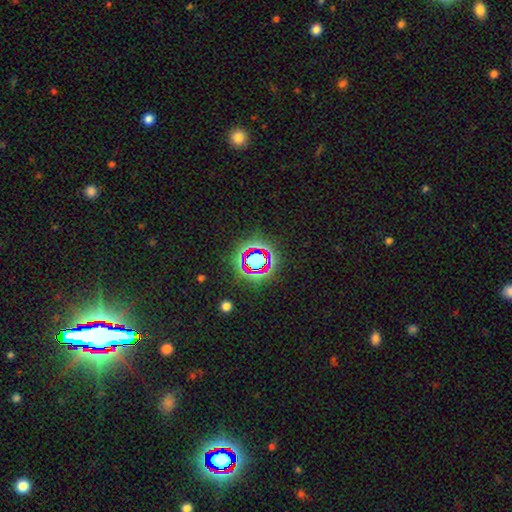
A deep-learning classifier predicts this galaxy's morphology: A star or artifact, not a galaxy (66%).

Vote fractions:
- Smooth or featured? star or artifact: 66% / smooth: 22% / featured or disk: 12%